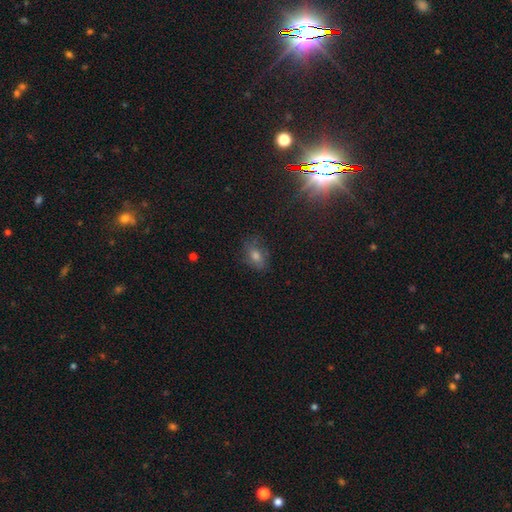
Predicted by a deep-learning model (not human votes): A smooth galaxy with no disk features (44%).

Vote fractions:
- Smooth or featured? smooth: 44% / star or artifact: 35% / featured or disk: 21%
- Merging? none: 73% / minor disturbance: 18% / major disturbance: 7% / merger: 2%